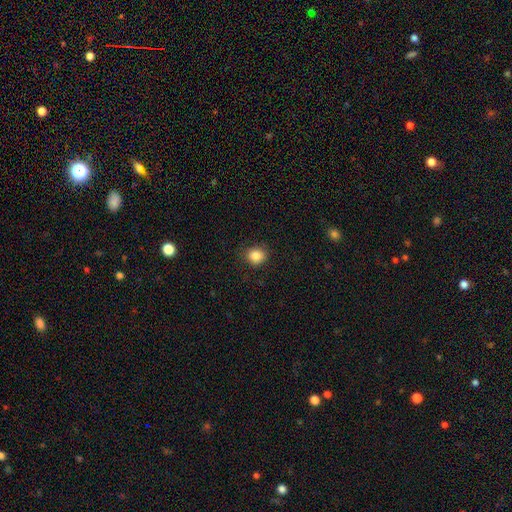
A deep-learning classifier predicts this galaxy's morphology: A smooth galaxy with no disk features (85%) that is round (80%). Merging: none (86%).